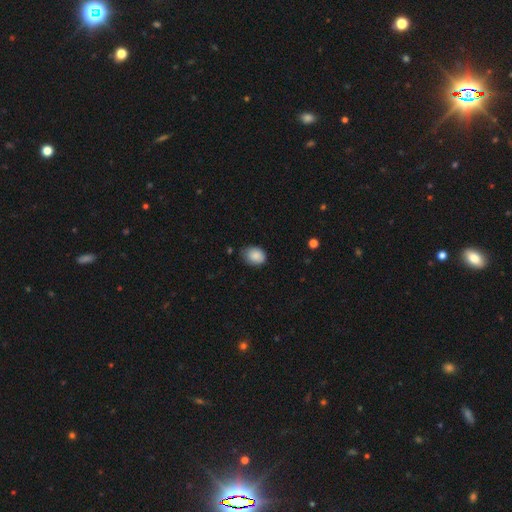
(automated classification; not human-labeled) Smooth or featured? Predicted: smooth (p=0.86). How rounded? Predicted: in between (p=0.59). Merging? Predicted: none (p=0.69).